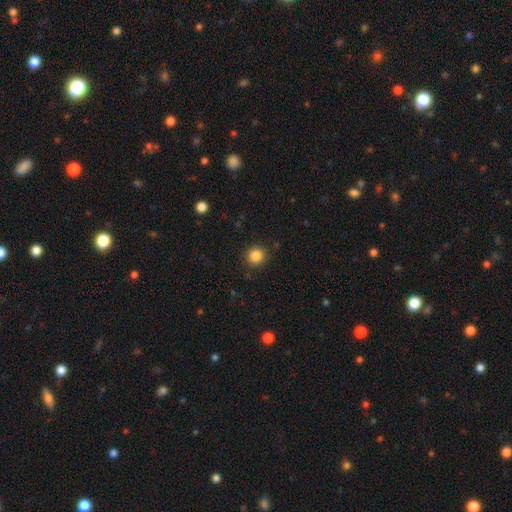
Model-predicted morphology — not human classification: A smooth galaxy with no disk features (85%) that is round (91%).

Vote fractions:
- Smooth or featured? smooth: 85% / star or artifact: 11% / featured or disk: 4%
- How rounded? round: 91% / in between: 8% / cigar-shaped: 1%
- Merging? none: 90% / minor disturbance: 6% / major disturbance: 2% / merger: 1%